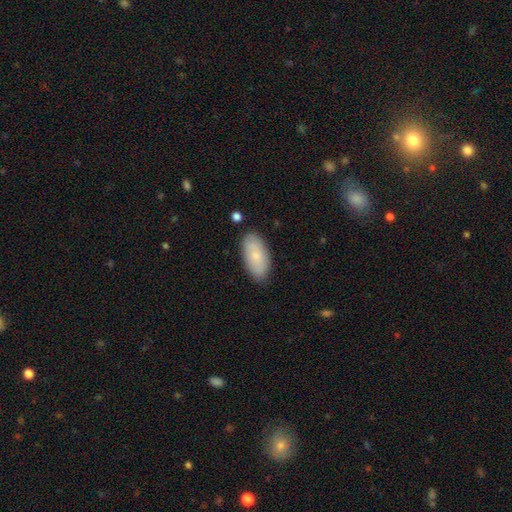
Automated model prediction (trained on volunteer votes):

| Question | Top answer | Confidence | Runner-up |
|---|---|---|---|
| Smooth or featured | smooth | 75% | featured or disk (18%) |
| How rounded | in between | 92% | cigar-shaped (6%) |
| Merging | none | 82% | minor disturbance (14%) |